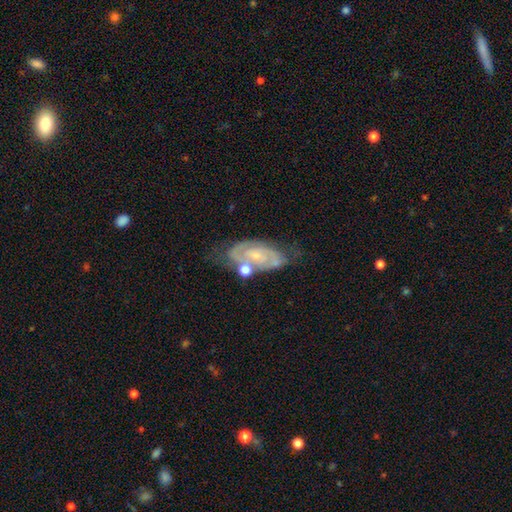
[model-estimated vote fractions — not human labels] Overall: featured or disk (80%). Edge-on disk: no (95%). Bar: no (60%; weak 32%). Spiral arms: yes (91%). Spiral arm count: 2 (67%). Spiral winding: tight (57%; medium 34%). Bulge size: small (68%). Merging: none (55%; minor disturbance 23%).